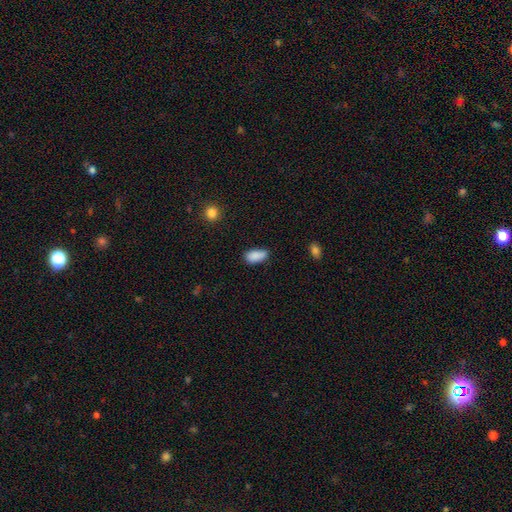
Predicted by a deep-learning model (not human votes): Smooth or featured? Predicted: smooth (p=0.87). How rounded? Predicted: in between (p=0.91). Merging? Predicted: none (p=0.63).